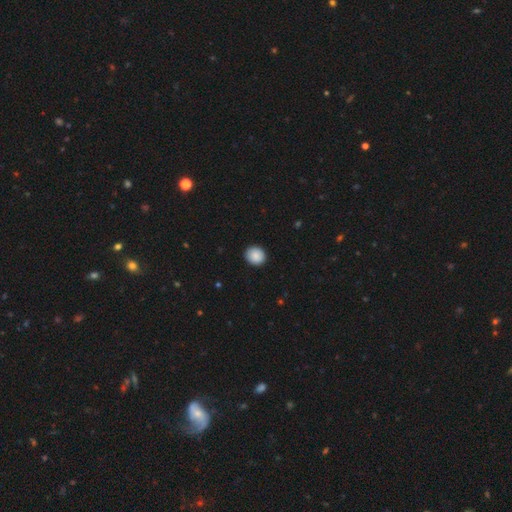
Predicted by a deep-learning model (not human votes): smooth 89%, star or artifact 8%, featured or disk 3%. Down the decision tree: how rounded — round (82%); merging — none (91%).